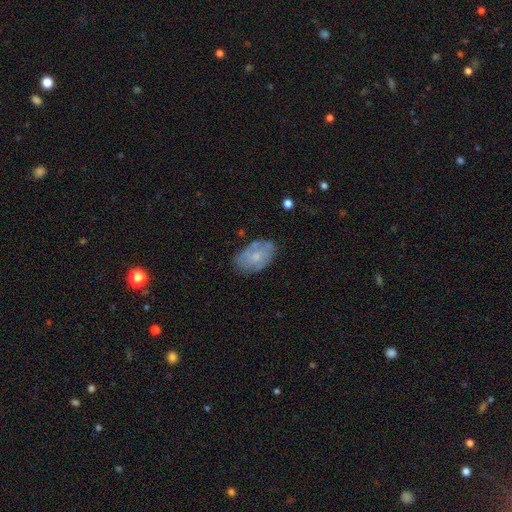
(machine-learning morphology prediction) type=smooth (48%); merging=none (65%).